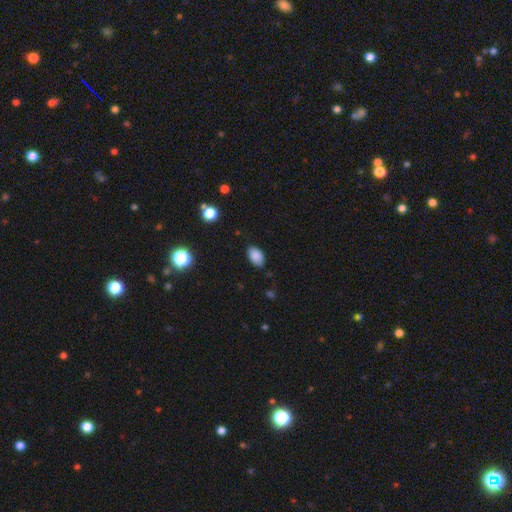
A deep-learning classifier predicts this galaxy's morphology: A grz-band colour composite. It shows a smooth galaxy with no disk features (87%) that is in between round and cigar-shaped (92%). Merging: none (84%).